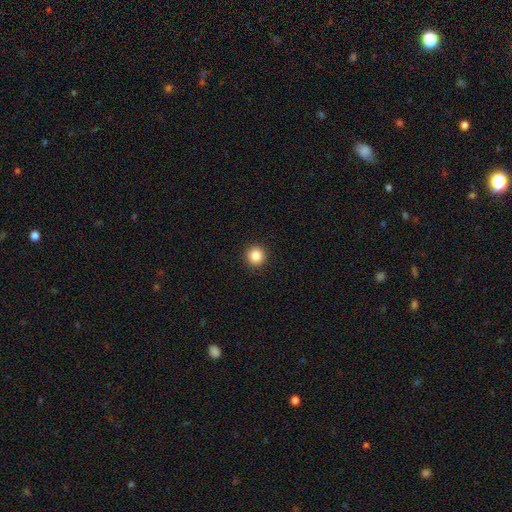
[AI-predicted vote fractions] Q: Smooth or featured?
A: smooth (86%); runner-up: star or artifact (10%)
Q: How rounded?
A: round (94%); runner-up: in between (5%)
Q: Merging?
A: none (92%); runner-up: minor disturbance (5%)